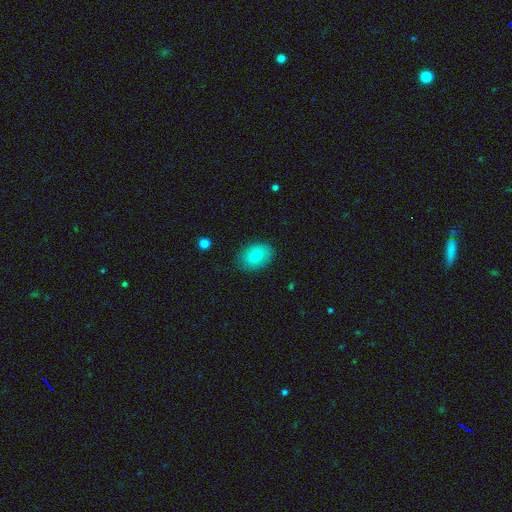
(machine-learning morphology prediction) smooth_or_featured: smooth (p=0.77) [alt: featured or disk p=0.15]
how_rounded: in between (p=0.81) [alt: round p=0.18]
merging: none (p=0.83) [alt: minor disturbance p=0.13]